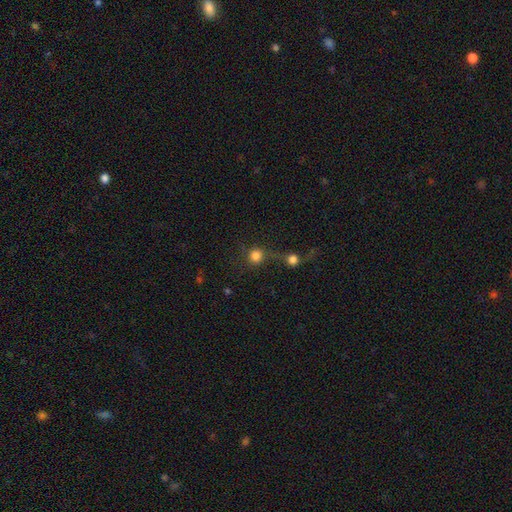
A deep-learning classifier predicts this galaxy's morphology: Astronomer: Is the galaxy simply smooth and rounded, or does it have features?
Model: smooth — 79%.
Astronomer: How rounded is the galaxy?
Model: round — 92%.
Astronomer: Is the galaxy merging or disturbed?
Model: none — 45% (runner-up: merger, 37%).